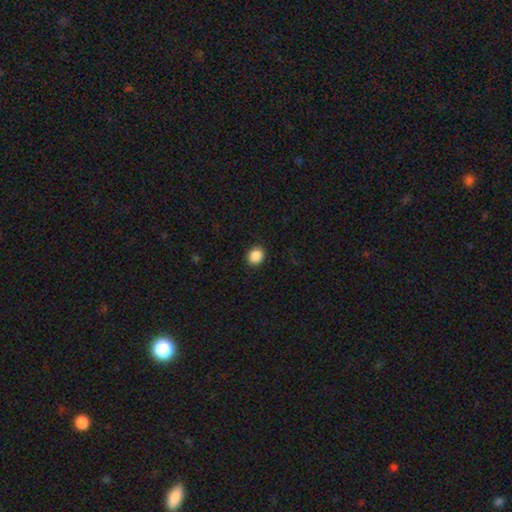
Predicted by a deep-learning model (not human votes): smooth_or_featured: smooth (p=0.88) [alt: star or artifact p=0.09]
how_rounded: round (p=0.71) [alt: in between p=0.28]
merging: none (p=0.91) [alt: minor disturbance p=0.06]